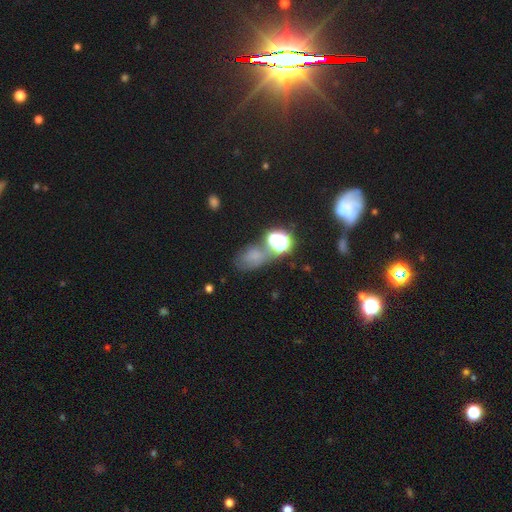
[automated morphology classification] Overall: smooth (46%; star or artifact 38%). Merging: none (50%; minor disturbance 20%).